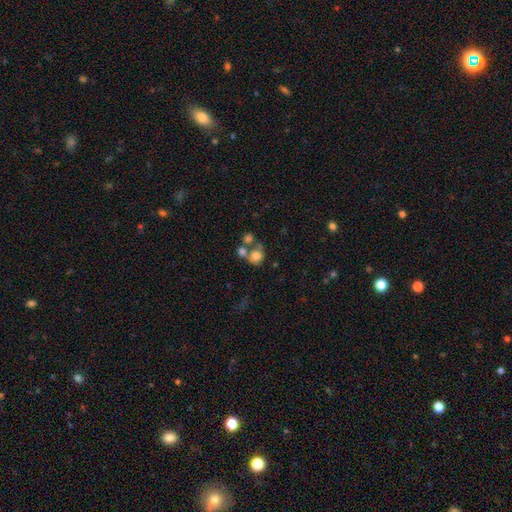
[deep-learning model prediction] A smooth galaxy with no disk features (70%) that is round (73%).

Vote fractions:
- Smooth or featured? smooth: 70% / featured or disk: 18% / star or artifact: 12%
- How rounded? round: 73% / in between: 26% / cigar-shaped: 1%
- Merging? merger: 46% / none: 34% / minor disturbance: 10% / major disturbance: 10%